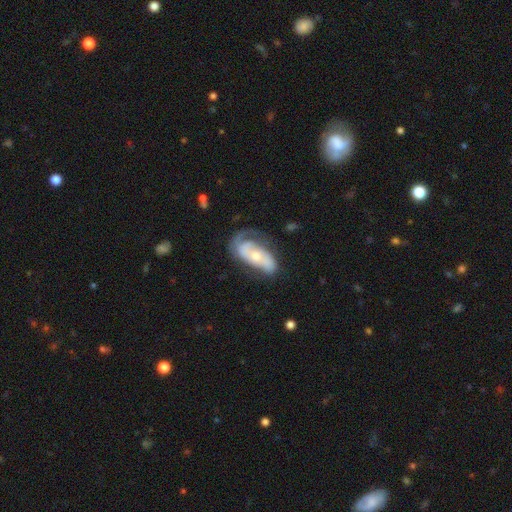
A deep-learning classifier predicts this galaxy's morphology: Overall: featured or disk (70%). Edge-on disk: no (92%). Bar: no (69%). Spiral arms: yes (79%). Spiral arm count: 2 (48%; 1 28%). Spiral winding: tight (38%; medium 34%). Bulge size: small (50%; moderate 45%). Merging: none (44%; major disturbance 27%).